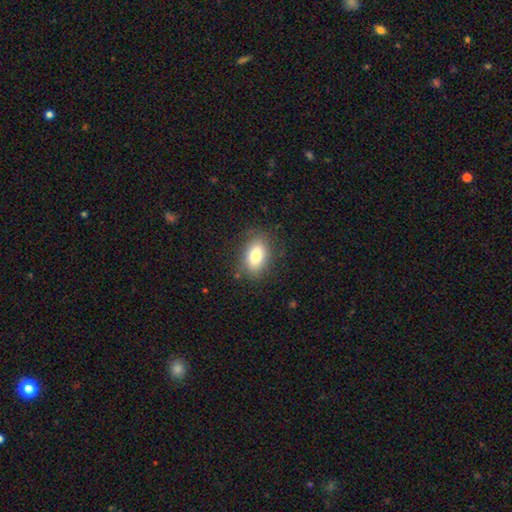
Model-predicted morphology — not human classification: This is likely a smooth galaxy (79%). How rounded: clearly in between (87%). Merging: clearly none (82%).